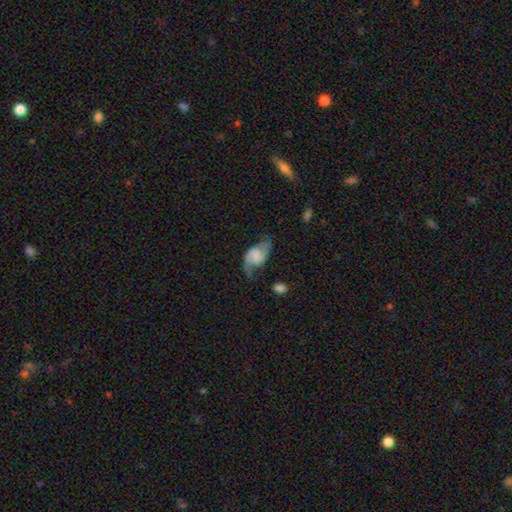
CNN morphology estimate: A featured or disk galaxy (69%) with no bar (51%), 2 (90%) loose (62%) spiral arms (91%) and no central bulge (54%). Merging: none (60%).